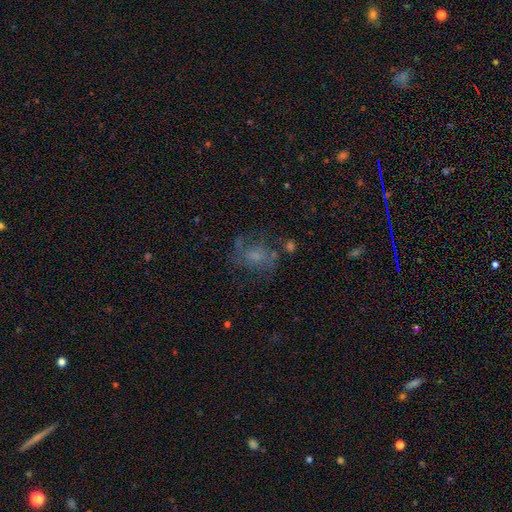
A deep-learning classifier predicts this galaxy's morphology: Smooth or featured: featured or disk — 43% (smooth — 39%)
Merging: none — 52% (major disturbance — 22%)